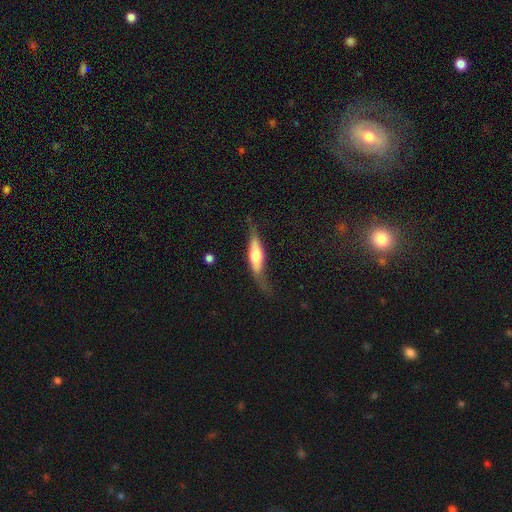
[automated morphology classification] Overall: featured or disk (56%; smooth 38%). Edge-on disk: yes (78%). Merging: none (60%; minor disturbance 25%).